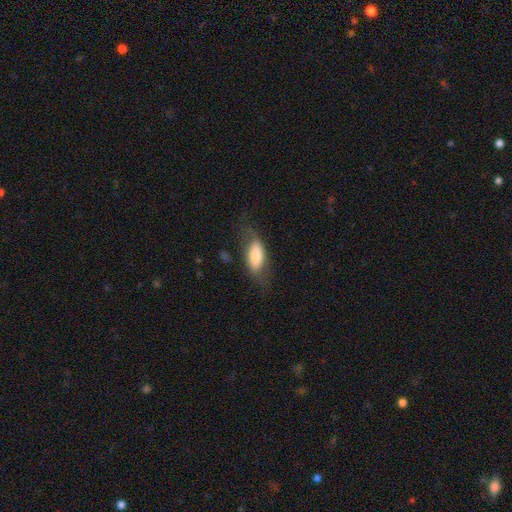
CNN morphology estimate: type=smooth (69%); roundness=in between (82%); merging=none (59%).